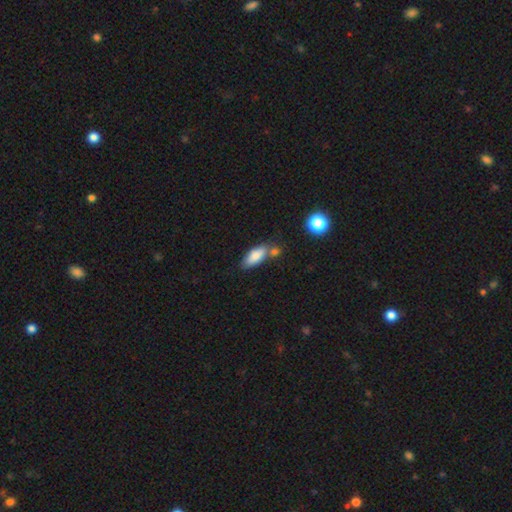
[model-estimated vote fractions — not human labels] Overall: smooth (81%). How rounded: in between (76%). Merging: none (56%; merger 22%).